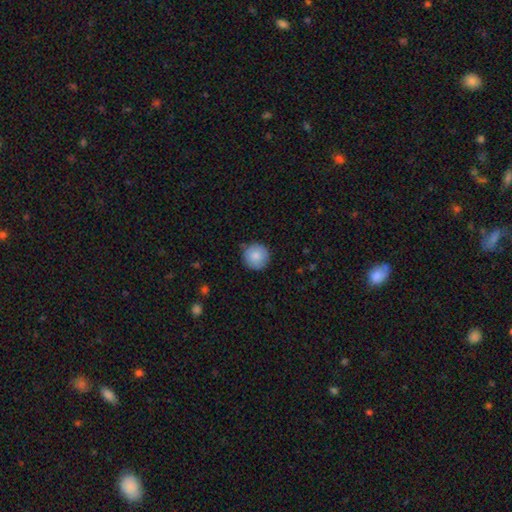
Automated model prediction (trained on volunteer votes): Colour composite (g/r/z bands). It shows a smooth galaxy with no disk features (85%) that is round (95%). Merging: none (86%).